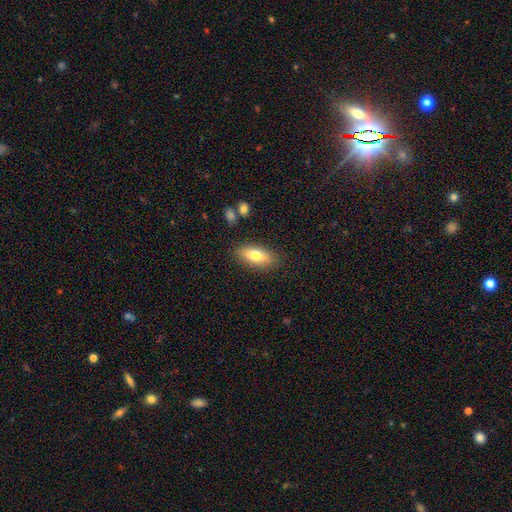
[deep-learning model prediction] This appears to be a smooth galaxy with no disk features (73%) that is in between round and cigar-shaped (79%). Merging: none (85%).